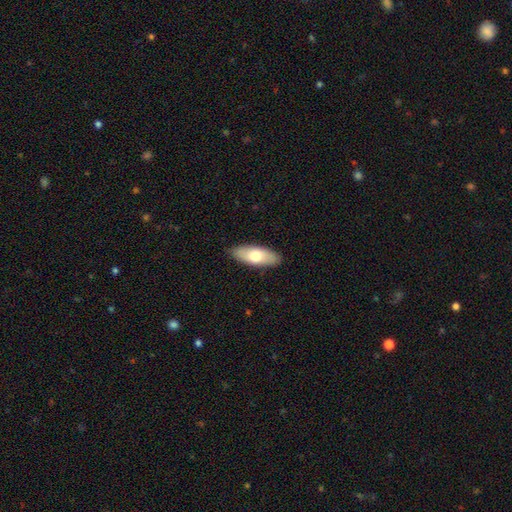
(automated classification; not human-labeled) Overall: smooth (71%). How rounded: in between (76%). Merging: none (87%).